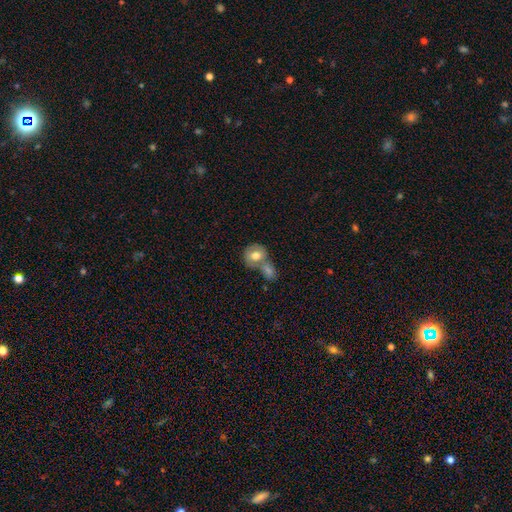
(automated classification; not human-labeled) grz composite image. It shows a smooth galaxy with no disk features (71%) that is round (63%). Merging: merger (59%).